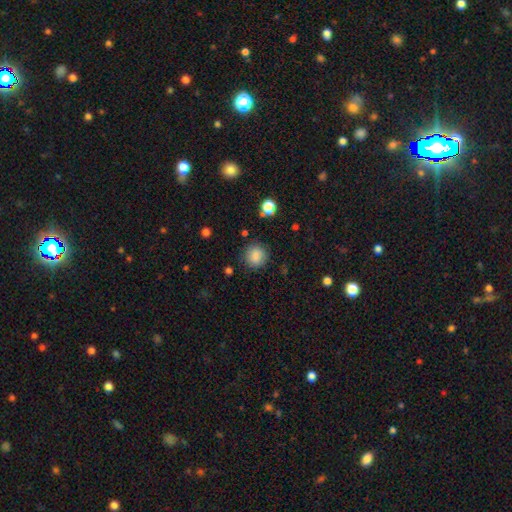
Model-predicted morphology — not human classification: type=smooth (83%); roundness=round (90%); merging=none (86%).